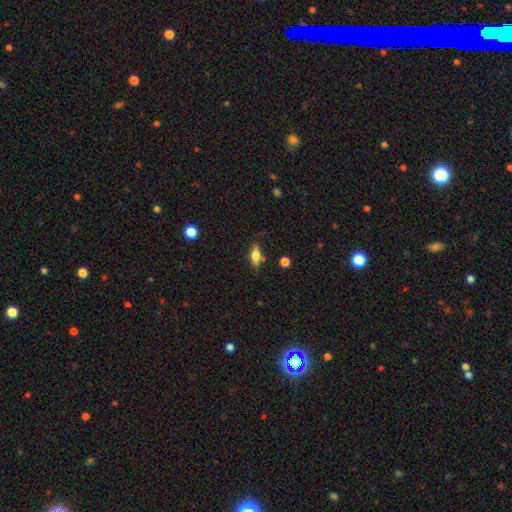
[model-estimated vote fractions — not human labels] smooth 65%, featured or disk 27%, star or artifact 8%. Down the decision tree: how rounded — in between (63%); merging — none (77%).